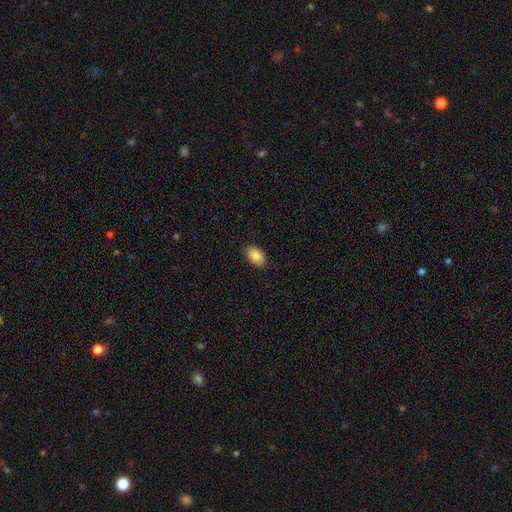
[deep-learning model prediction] Q: Smooth or featured?
A: smooth (87%); runner-up: star or artifact (7%)
Q: How rounded?
A: in between (92%); runner-up: round (7%)
Q: Merging?
A: none (86%); runner-up: minor disturbance (11%)